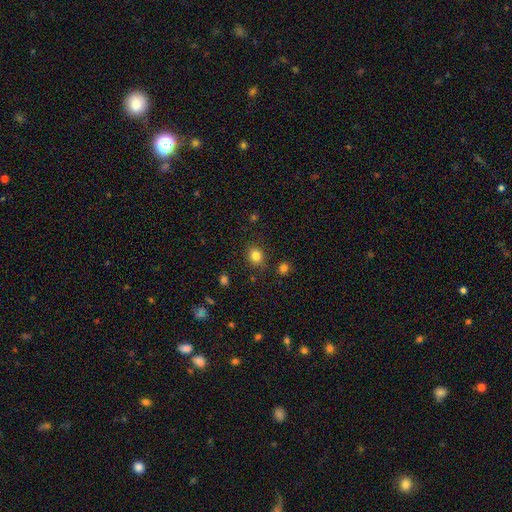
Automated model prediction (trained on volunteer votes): smooth-or-featured: smooth: 82% | star or artifact: 12% | featured or disk: 6%
  how-rounded: round: 76% | in between: 23% | cigar-shaped: 1%
  merging: none: 85% | minor disturbance: 10% | merger: 3% | major disturbance: 3%